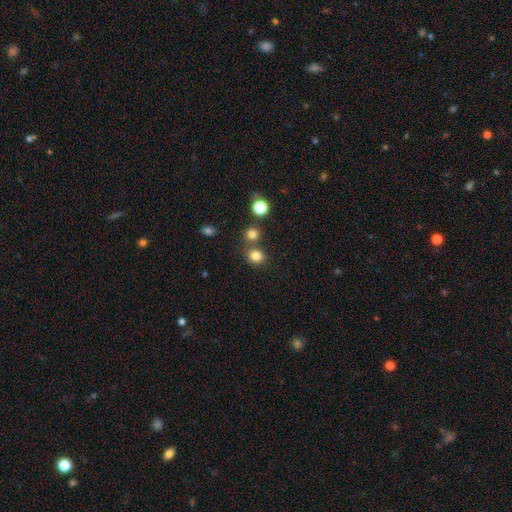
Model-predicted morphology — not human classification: Smooth or featured: smooth — 81% (star or artifact — 13%)
How rounded: round — 77% (in between — 22%)
Merging: none — 70% (merger — 18%)